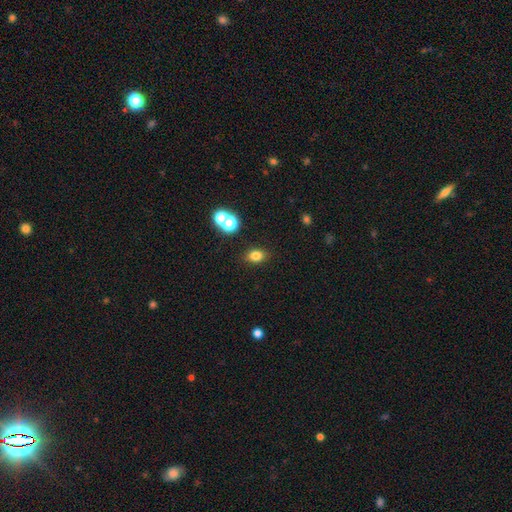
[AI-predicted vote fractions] Q: Smooth or featured?
A: smooth (78%); runner-up: star or artifact (14%)
Q: How rounded?
A: in between (67%); runner-up: round (31%)
Q: Merging?
A: none (83%); runner-up: minor disturbance (9%)